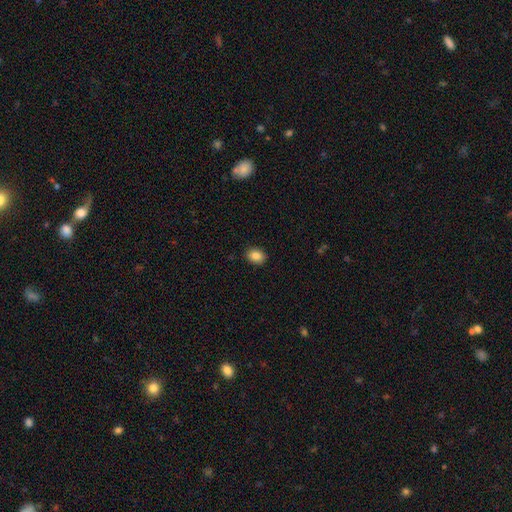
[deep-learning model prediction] Smooth or featured?
  - smooth: 86% *
  - star or artifact: 9%
  - featured or disk: 5%
How rounded?
  - in between: 65% *
  - round: 34%
  - cigar-shaped: 1%
Merging?
  - none: 89% *
  - minor disturbance: 8%
  - major disturbance: 2%
  - merger: 1%